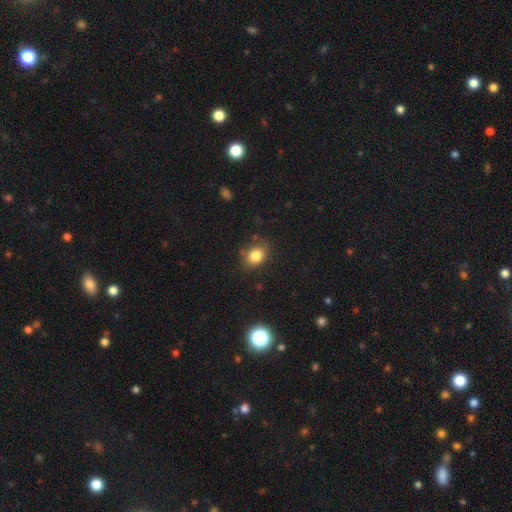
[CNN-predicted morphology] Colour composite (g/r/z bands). It shows a smooth galaxy with no disk features (82%) that is in between round and cigar-shaped (51%). Merging: none (79%).